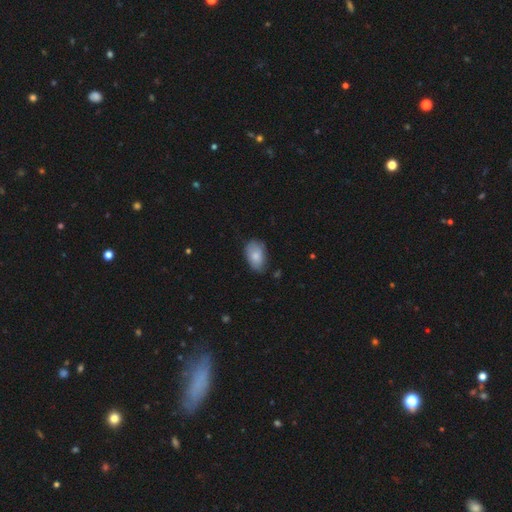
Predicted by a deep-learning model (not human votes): A smooth galaxy with no disk features (80%) that is in between round and cigar-shaped (90%).

Vote fractions:
- Smooth or featured? smooth: 80% / featured or disk: 13% / star or artifact: 7%
- How rounded? in between: 90% / round: 8% / cigar-shaped: 1%
- Merging? none: 65% / minor disturbance: 28% / major disturbance: 5% / merger: 2%